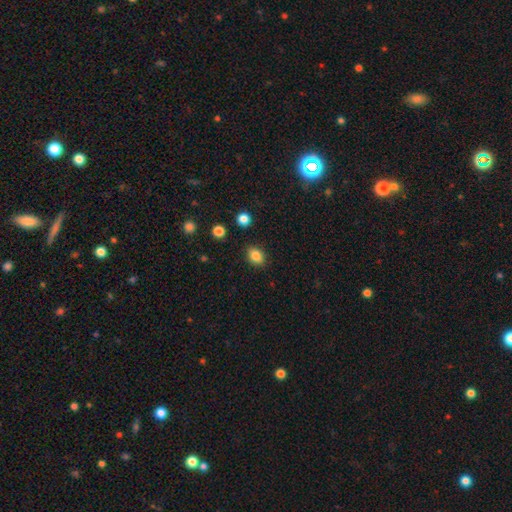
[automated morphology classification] smooth-or-featured: smooth: 85% | star or artifact: 10% | featured or disk: 5%
  how-rounded: in between: 69% | round: 30% | cigar-shaped: 1%
  merging: none: 86% | minor disturbance: 10% | major disturbance: 3% | merger: 2%